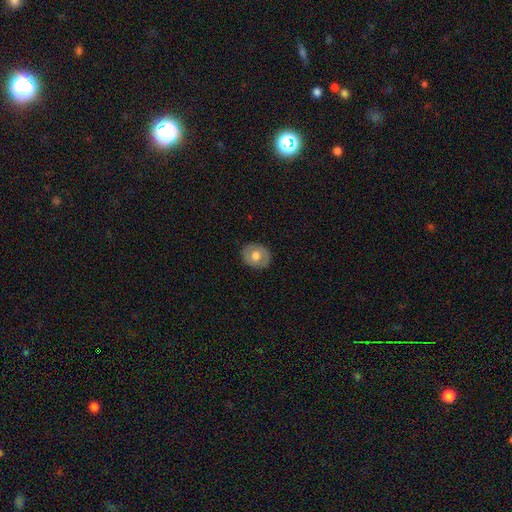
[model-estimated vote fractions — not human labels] Q: Smooth or featured?
A: smooth (60%); runner-up: featured or disk (33%)
Q: How rounded?
A: round (64%); runner-up: in between (35%)
Q: Merging?
A: none (85%); runner-up: minor disturbance (11%)